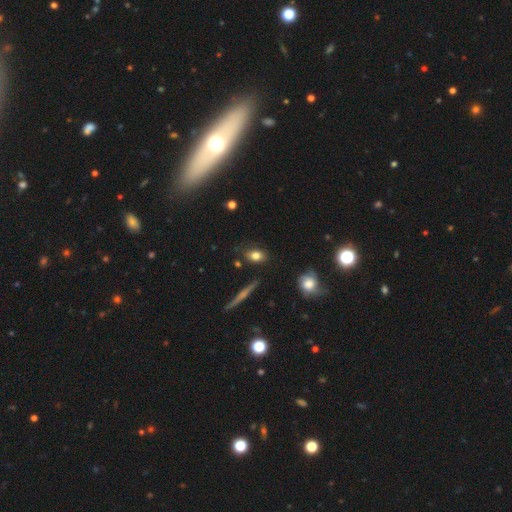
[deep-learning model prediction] Smooth or featured? Predicted: smooth (p=0.79). How rounded? Predicted: in between (p=0.74). Merging? Predicted: none (p=0.80).